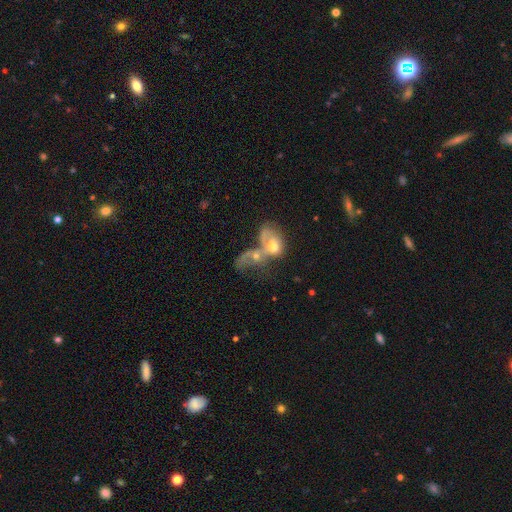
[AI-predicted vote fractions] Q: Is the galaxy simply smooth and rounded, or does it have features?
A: smooth — 47%.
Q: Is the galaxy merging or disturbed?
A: merger — 73%.